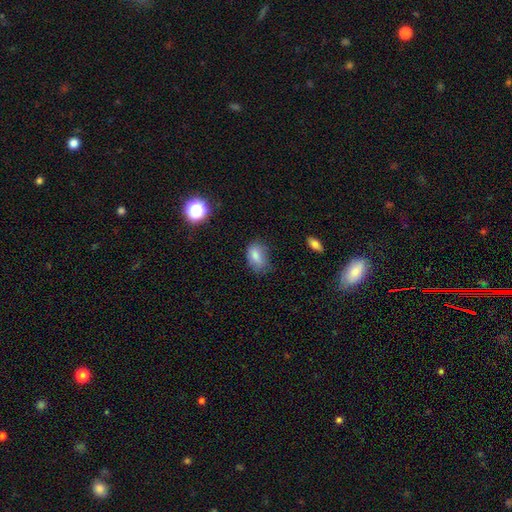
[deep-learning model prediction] Smooth or featured? Predicted: smooth (p=0.79). How rounded? Predicted: in between (p=0.83). Merging? Predicted: none (p=0.54).